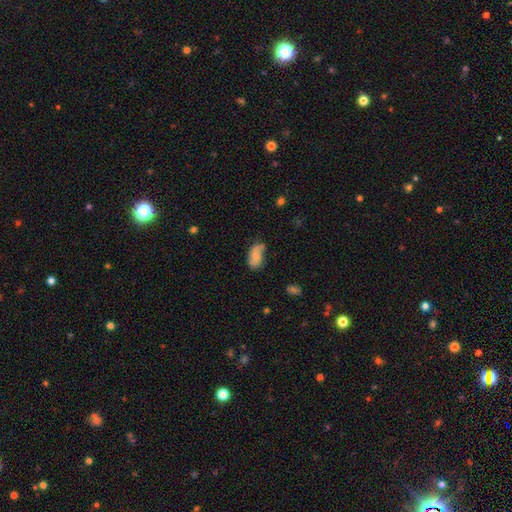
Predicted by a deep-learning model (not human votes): Morphology: type=smooth (58%); roundness=in between (91%); merging=none (52%).